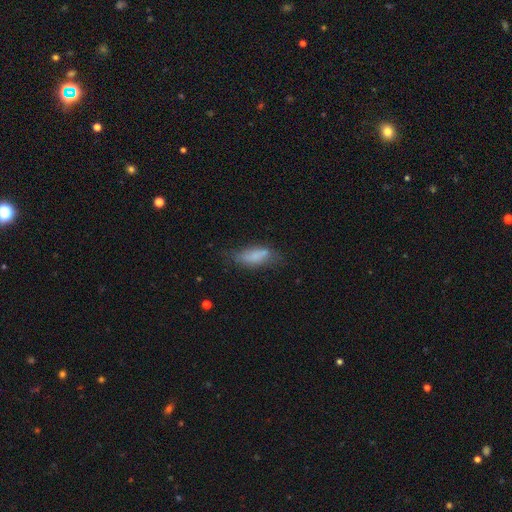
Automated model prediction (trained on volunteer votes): smooth 71%, featured or disk 20%, star or artifact 9%. Down the decision tree: how rounded — in between (72%); merging — none (48%).